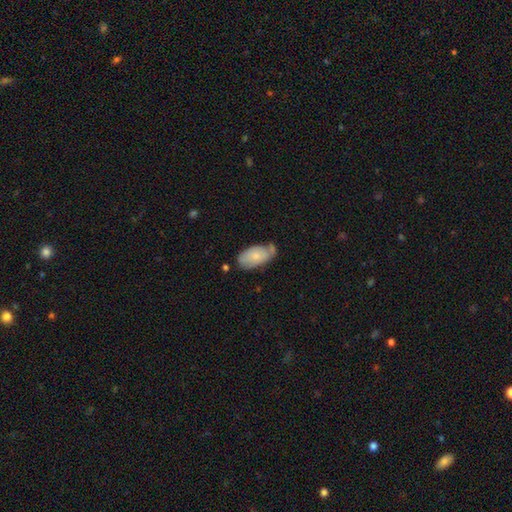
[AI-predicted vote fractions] This is likely a smooth galaxy (73%). How rounded: clearly in between (94%). Merging: possibly none (54%).